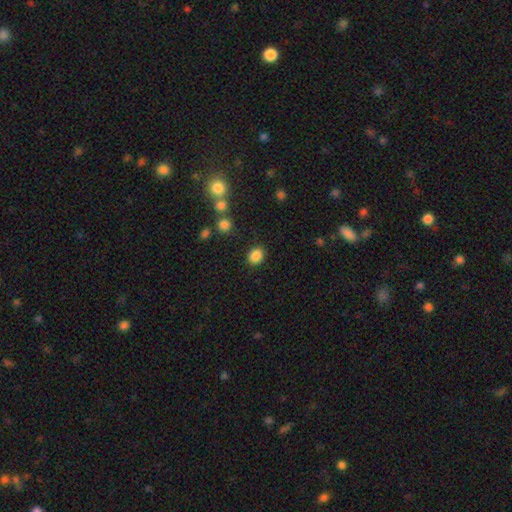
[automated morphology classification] This is clearly a smooth galaxy (86%). How rounded: possibly round (56%). Merging: clearly none (86%).